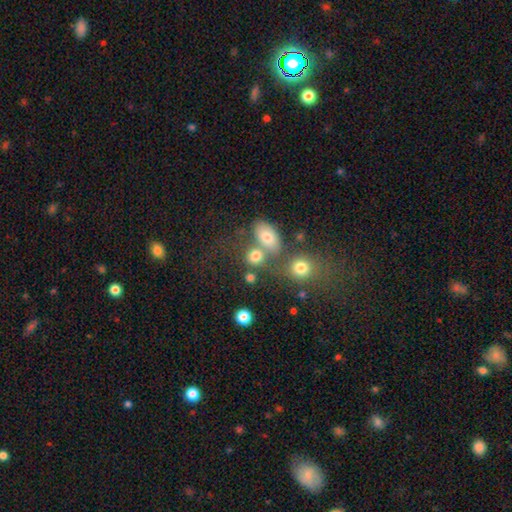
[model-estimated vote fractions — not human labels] Q: Smooth or featured?
A: smooth (78%); runner-up: star or artifact (13%)
Q: How rounded?
A: round (68%); runner-up: in between (31%)
Q: Merging?
A: none (52%); runner-up: merger (31%)